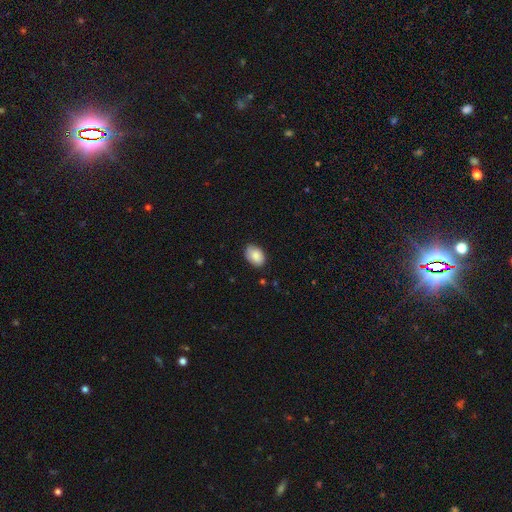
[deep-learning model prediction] smooth 85%, featured or disk 8%, star or artifact 7%. Down the decision tree: how rounded — in between (83%); merging — none (76%).